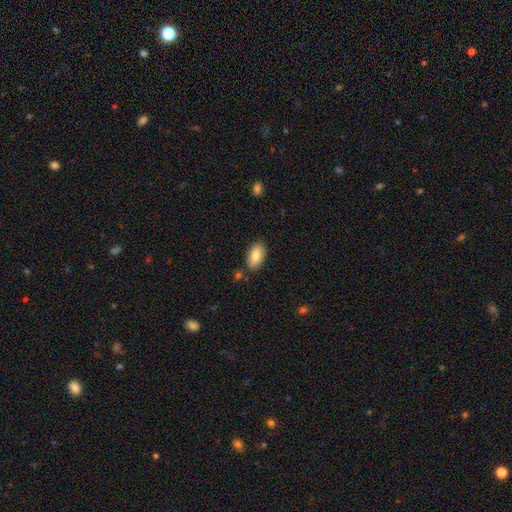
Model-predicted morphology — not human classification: type=smooth (82%); roundness=in between (93%); merging=none (84%).